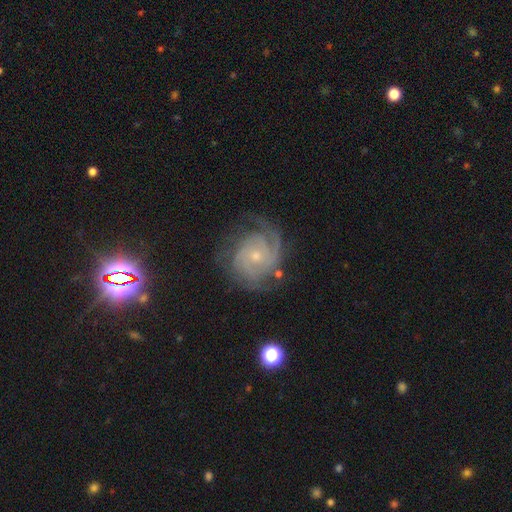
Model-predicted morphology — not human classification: Q: Smooth or featured?
A: featured or disk (87%); runner-up: star or artifact (7%)
Q: Edge-on disk?
A: no (98%); runner-up: yes (2%)
Q: Bar?
A: no (73%); runner-up: weak (23%)
Q: Spiral arms?
A: yes (97%); runner-up: no (3%)
Q: Spiral winding?
A: tight (63%); runner-up: medium (30%)
Q: Spiral arm count?
A: 2 (34%); runner-up: 3 (25%)
Q: Bulge size?
A: small (71%); runner-up: moderate (25%)
Q: Merging?
A: none (68%); runner-up: minor disturbance (19%)